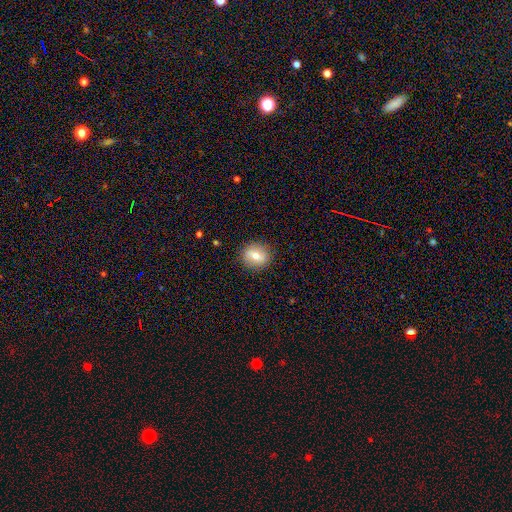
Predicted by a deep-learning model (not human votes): Smooth or featured?
  - smooth: 67% *
  - featured or disk: 24%
  - star or artifact: 9%
How rounded?
  - round: 69% *
  - in between: 29%
  - cigar-shaped: 2%
Merging?
  - none: 87% *
  - minor disturbance: 9%
  - major disturbance: 3%
  - merger: 1%